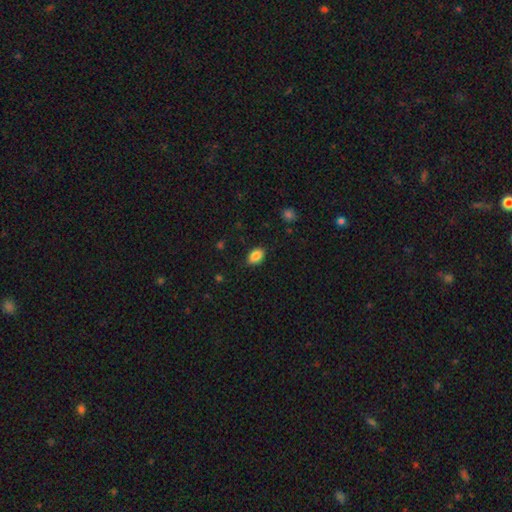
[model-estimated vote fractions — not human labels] A smooth galaxy with no disk features (87%) that is in between round and cigar-shaped (82%).

Vote fractions:
- Smooth or featured? smooth: 87% / star or artifact: 8% / featured or disk: 5%
- How rounded? in between: 82% / round: 17% / cigar-shaped: 1%
- Merging? none: 87% / minor disturbance: 10% / major disturbance: 2% / merger: 1%